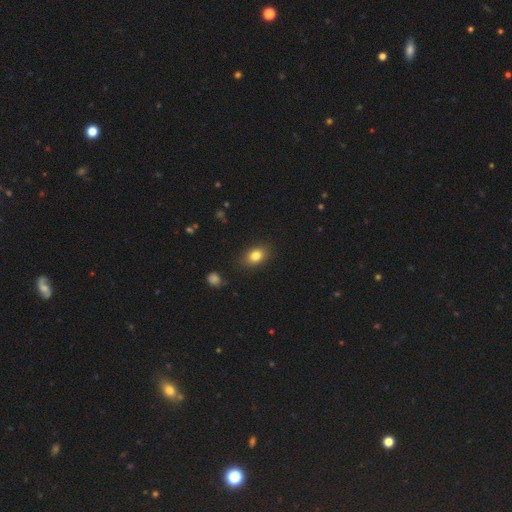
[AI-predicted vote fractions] smooth 82%, star or artifact 10%, featured or disk 8%. Down the decision tree: how rounded — in between (75%); merging — none (86%).